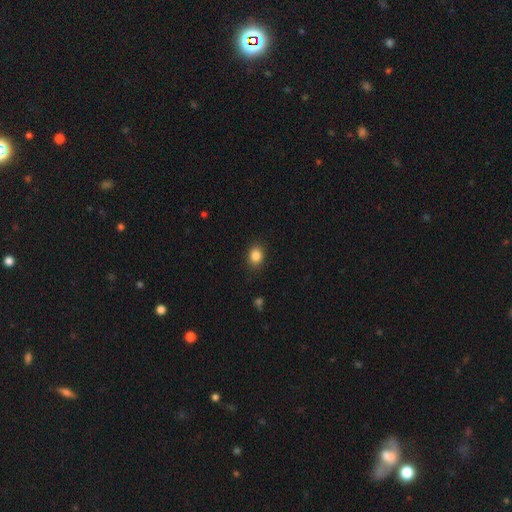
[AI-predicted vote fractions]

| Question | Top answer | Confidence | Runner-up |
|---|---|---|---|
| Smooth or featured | smooth | 85% | star or artifact (10%) |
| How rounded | round | 56% | in between (43%) |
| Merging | none | 89% | minor disturbance (8%) |